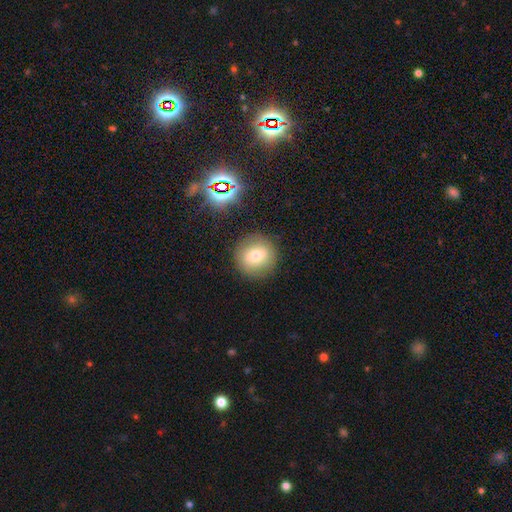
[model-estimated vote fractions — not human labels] smooth-or-featured: smooth: 71% | featured or disk: 17% | star or artifact: 12%
  how-rounded: round: 91% | in between: 8% | cigar-shaped: 1%
  merging: none: 86% | minor disturbance: 8% | major disturbance: 3% | merger: 2%